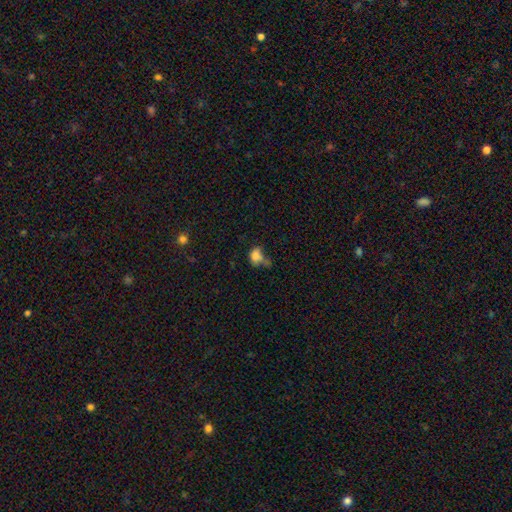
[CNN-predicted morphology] Smooth or featured: smooth — 76% (star or artifact — 12%)
How rounded: in between — 58% (round — 40%)
Merging: none — 29% (minor disturbance — 25%)